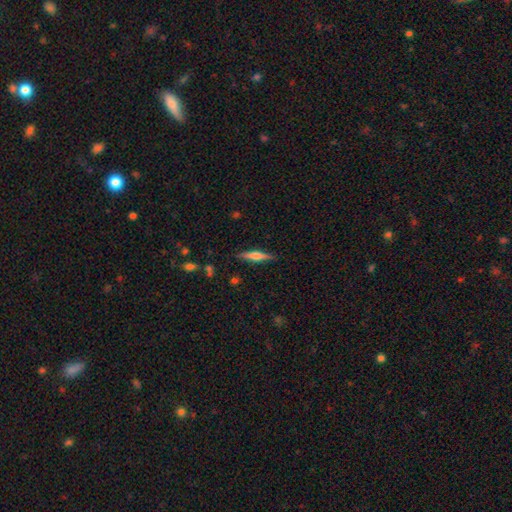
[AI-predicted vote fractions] Smooth or featured: featured or disk — 50% (smooth — 44%)
Merging: none — 88% (minor disturbance — 9%)